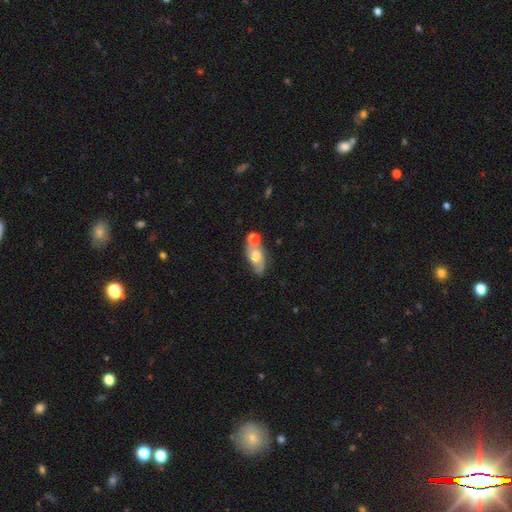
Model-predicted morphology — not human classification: This is possibly a smooth galaxy (45%, tied with featured or disk). Merging: marginally none (45%).